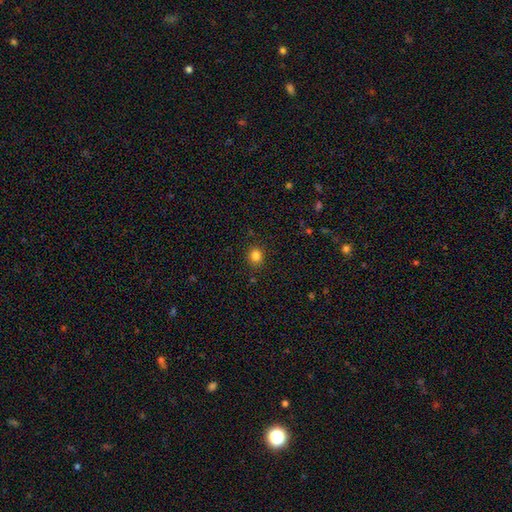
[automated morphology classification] smooth_or_featured: smooth (p=0.83) [alt: star or artifact p=0.13]
how_rounded: round (p=0.82) [alt: in between p=0.17]
merging: none (p=0.88) [alt: minor disturbance p=0.08]